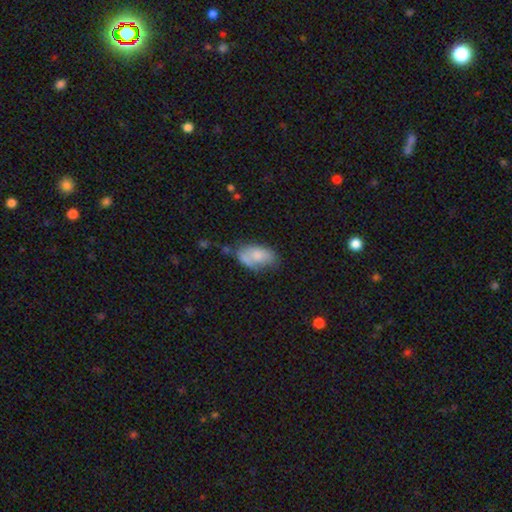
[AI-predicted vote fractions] Morphology: type=smooth (68%); roundness=in between (92%); merging=none (46%).